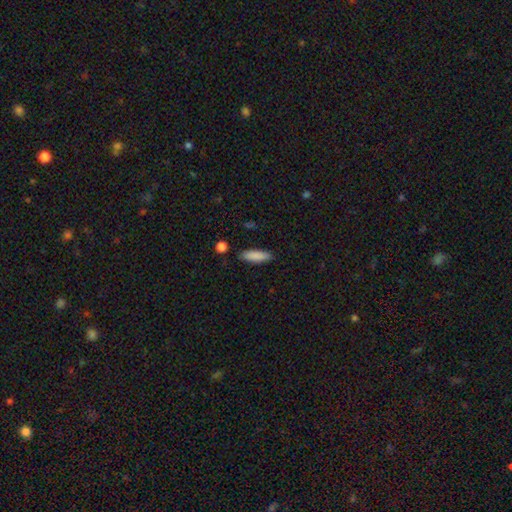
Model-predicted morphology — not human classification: A smooth galaxy with no disk features (87%) that is cigar-shaped (54%). Merging: none (87%).